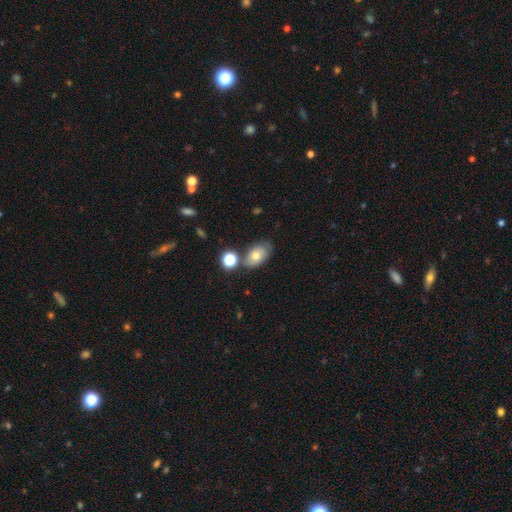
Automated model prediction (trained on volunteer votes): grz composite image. It shows a smooth galaxy with no disk features (67%) that is in between round and cigar-shaped (85%). Merging: none (63%).